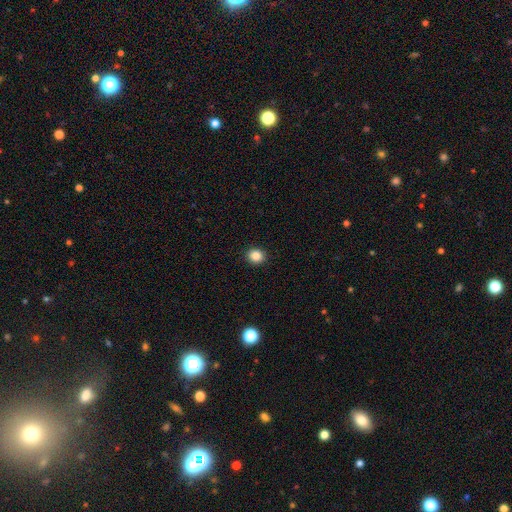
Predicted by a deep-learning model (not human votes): Overall: smooth (87%). How rounded: round (80%). Merging: none (92%).